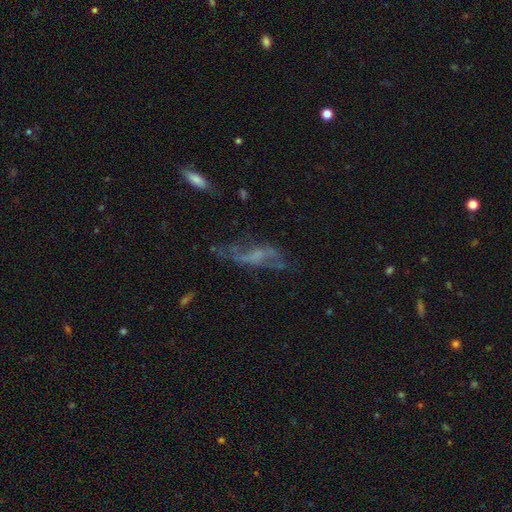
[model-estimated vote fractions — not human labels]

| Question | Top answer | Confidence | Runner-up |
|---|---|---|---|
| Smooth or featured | featured or disk | 58% | smooth (27%) |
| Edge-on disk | no | 80% | yes (20%) |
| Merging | none | 45% | major disturbance (28%) |